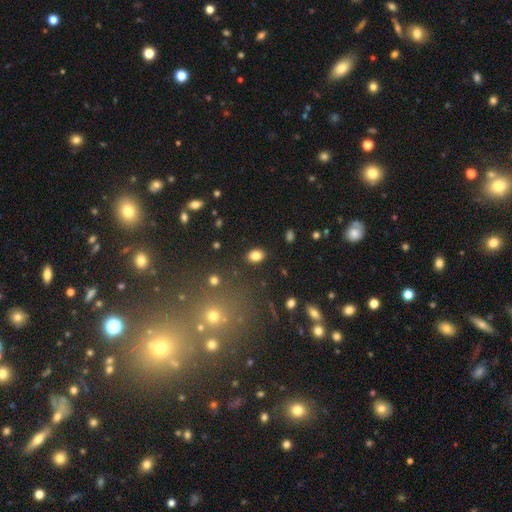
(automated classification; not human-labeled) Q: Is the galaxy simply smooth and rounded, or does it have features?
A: smooth — 83%.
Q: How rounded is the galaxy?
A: in between — 74%.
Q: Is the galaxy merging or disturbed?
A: none — 88%.